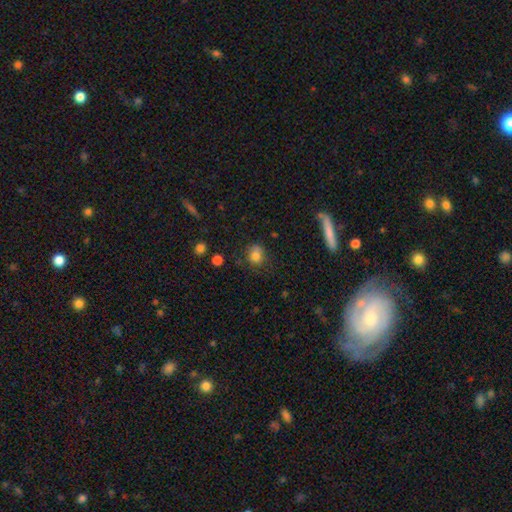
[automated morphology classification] This appears to be a smooth galaxy with no disk features (79%) that is round (63%). Merging: none (64%).